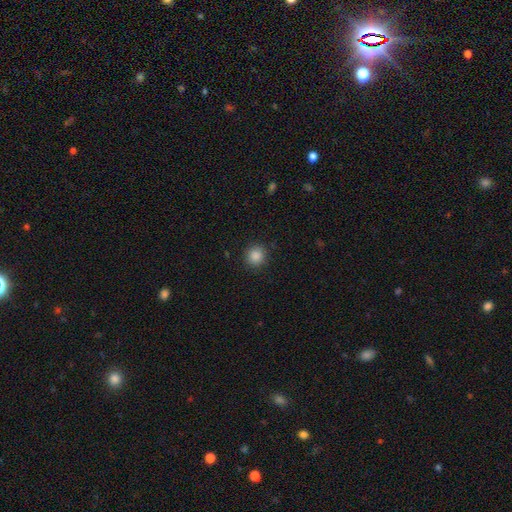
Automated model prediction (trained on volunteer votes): This is clearly a smooth galaxy (87%). How rounded: clearly round (91%). Merging: clearly none (90%).